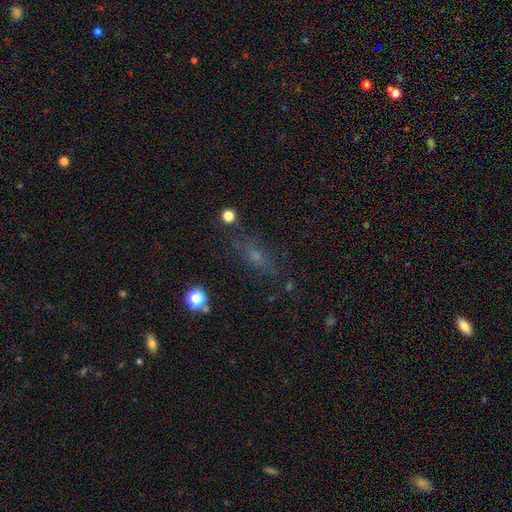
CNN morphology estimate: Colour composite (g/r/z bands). It shows a smooth galaxy with no disk features (44%). Merging: none (70%).